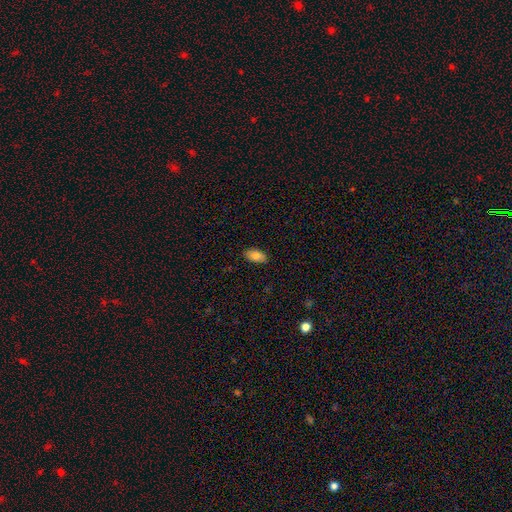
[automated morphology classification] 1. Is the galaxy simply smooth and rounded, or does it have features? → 83% smooth, 9% featured or disk, 8% star or artifact.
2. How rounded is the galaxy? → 93% in between, 4% round, 3% cigar-shaped.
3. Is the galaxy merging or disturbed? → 87% none, 10% minor disturbance, 2% major disturbance, 1% merger.